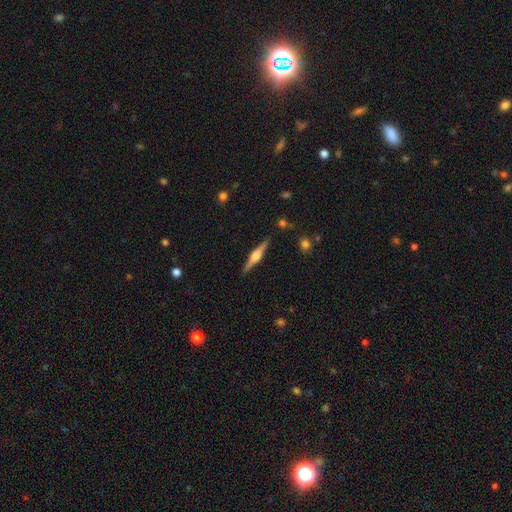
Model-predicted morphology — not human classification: featured or disk 77%, smooth 17%, star or artifact 6%. Down the decision tree: edge-on disk — yes (98%); edge-on bulge — rounded (85%); merging — none (90%).